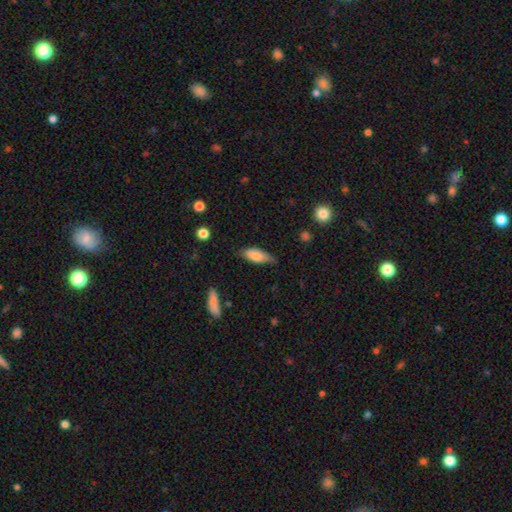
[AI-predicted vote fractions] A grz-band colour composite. It shows a smooth galaxy with no disk features (75%) that is in between round and cigar-shaped (78%). Merging: none (58%).